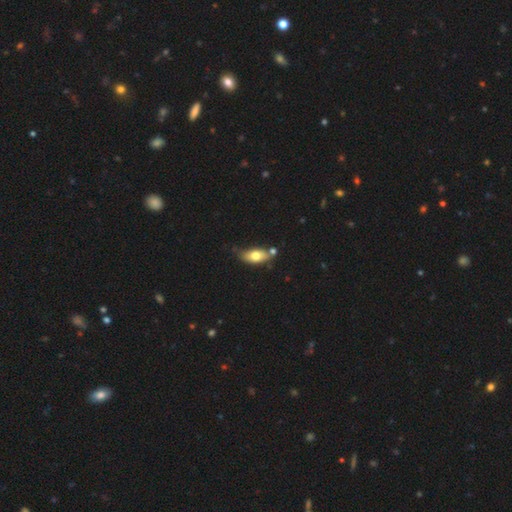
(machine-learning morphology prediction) smooth 70%, featured or disk 23%, star or artifact 7%. Down the decision tree: how rounded — in between (85%); merging — none (56%).